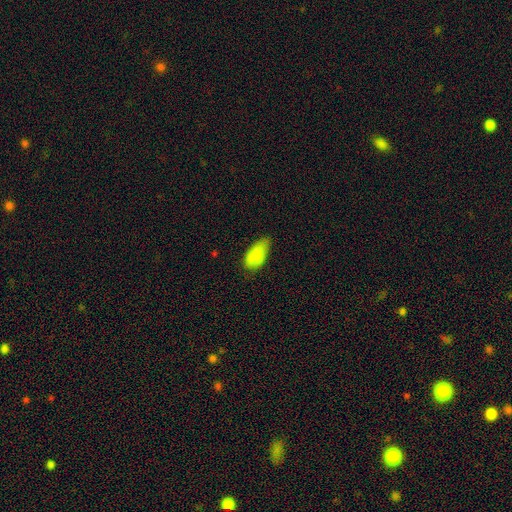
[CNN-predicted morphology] The model was most divided on "merging": none: 52%, minor disturbance: 37%, major disturbance: 9%, merger: 2%. More confident: how rounded — in between (92%); smooth or featured — smooth (86%).